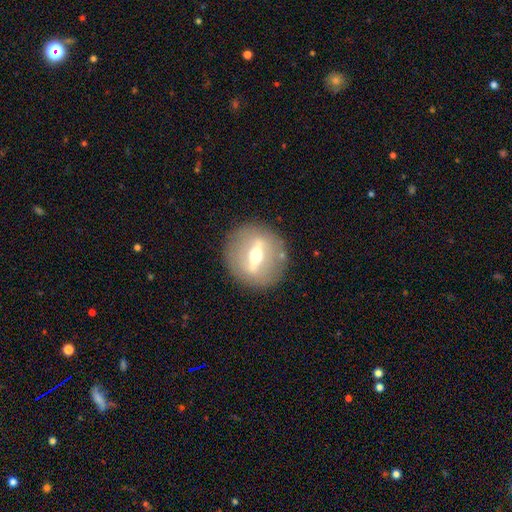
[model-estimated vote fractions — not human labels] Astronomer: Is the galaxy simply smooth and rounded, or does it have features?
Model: featured or disk — 72%.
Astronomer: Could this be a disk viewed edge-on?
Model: no — 61% (runner-up: yes, 39%).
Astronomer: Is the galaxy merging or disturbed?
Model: none — 86%.